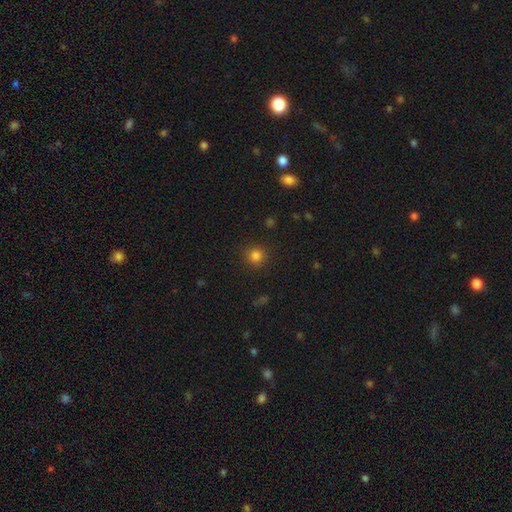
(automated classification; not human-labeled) smooth_or_featured: smooth (p=0.82) [alt: star or artifact p=0.13]
how_rounded: round (p=0.92) [alt: in between p=0.07]
merging: none (p=0.89) [alt: minor disturbance p=0.07]